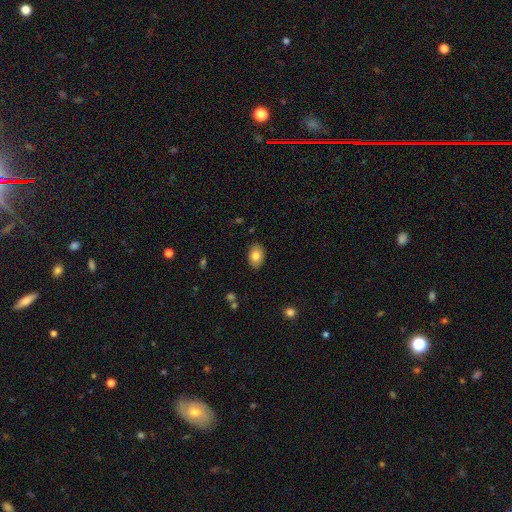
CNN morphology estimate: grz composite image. It shows a smooth galaxy with no disk features (81%) that is in between round and cigar-shaped (84%). Merging: none (87%).